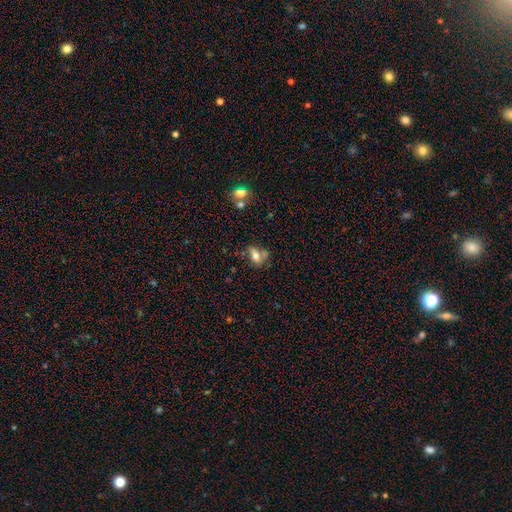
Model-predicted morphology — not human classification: Smooth or featured? smooth (62%)
How rounded? in between (73%)
Merging? none (46%)